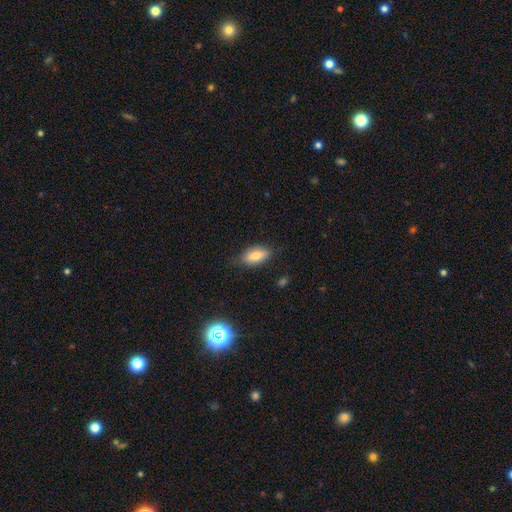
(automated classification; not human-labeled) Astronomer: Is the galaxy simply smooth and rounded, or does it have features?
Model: smooth — 74%.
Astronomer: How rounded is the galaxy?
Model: in between — 84%.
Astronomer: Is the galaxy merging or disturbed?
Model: none — 79%.